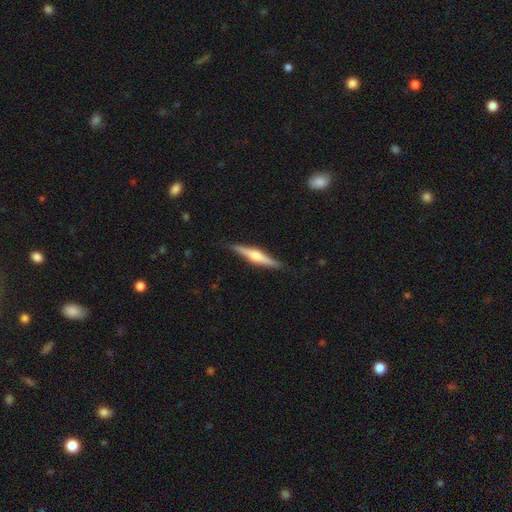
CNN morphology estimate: This appears to be a featured or disk galaxy (69%) viewed edge-on (98%) with a rounded central bulge (90%). Merging: none (89%).